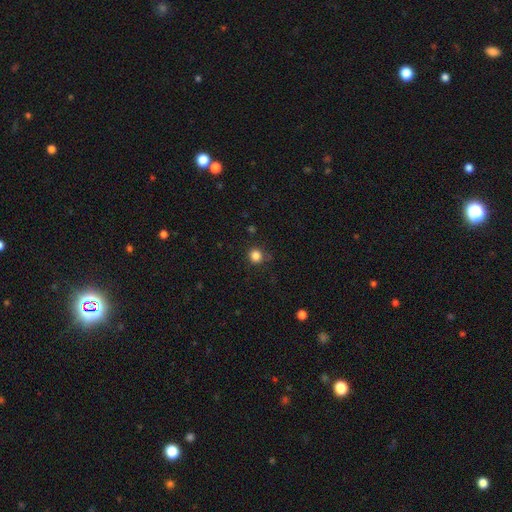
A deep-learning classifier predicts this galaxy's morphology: Smooth or featured?
  - smooth: 84% *
  - star or artifact: 12%
  - featured or disk: 4%
How rounded?
  - round: 91% *
  - in between: 8%
  - cigar-shaped: 1%
Merging?
  - none: 84% *
  - minor disturbance: 11%
  - major disturbance: 3%
  - merger: 2%